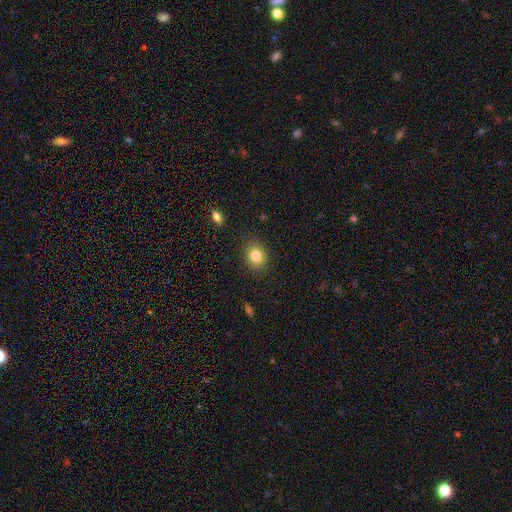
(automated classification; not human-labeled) Smooth or featured?
  - smooth: 83% *
  - star or artifact: 10%
  - featured or disk: 7%
How rounded?
  - round: 58% *
  - in between: 41%
  - cigar-shaped: 1%
Merging?
  - none: 88% *
  - minor disturbance: 9%
  - major disturbance: 3%
  - merger: 1%